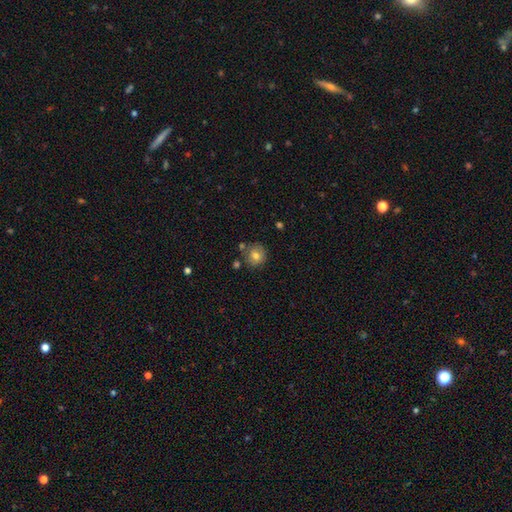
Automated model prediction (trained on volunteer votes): Smooth or featured: smooth — 75% (featured or disk — 14%)
How rounded: round — 90% (in between — 9%)
Merging: none — 76% (minor disturbance — 13%)